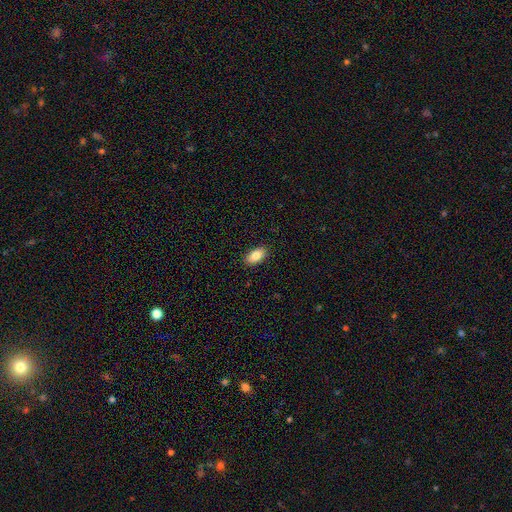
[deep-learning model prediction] smooth-or-featured: smooth: 84% | featured or disk: 8% | star or artifact: 7%
  how-rounded: in between: 92% | cigar-shaped: 5% | round: 3%
  merging: none: 89% | minor disturbance: 8% | major disturbance: 2% | merger: 1%